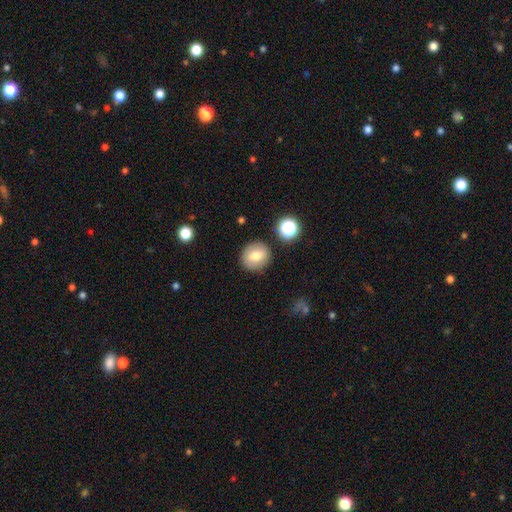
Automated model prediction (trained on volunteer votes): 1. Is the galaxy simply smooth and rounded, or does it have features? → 72% smooth, 17% featured or disk, 10% star or artifact.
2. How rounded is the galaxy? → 87% round, 12% in between, 1% cigar-shaped.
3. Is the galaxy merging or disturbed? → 86% none, 8% minor disturbance, 3% merger, 3% major disturbance.